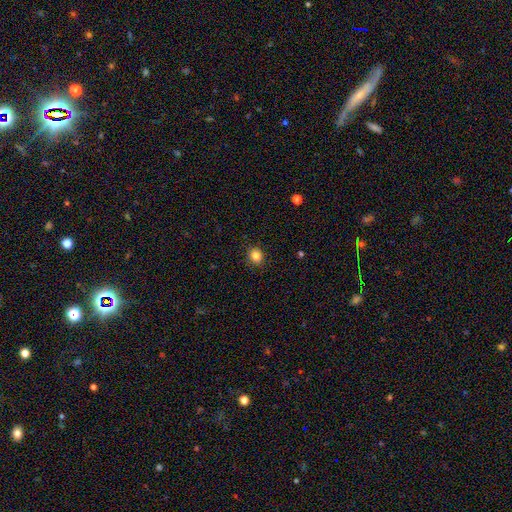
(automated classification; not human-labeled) smooth_or_featured: smooth (p=0.84) [alt: star or artifact p=0.11]
how_rounded: round (p=0.77) [alt: in between p=0.22]
merging: none (p=0.89) [alt: minor disturbance p=0.08]